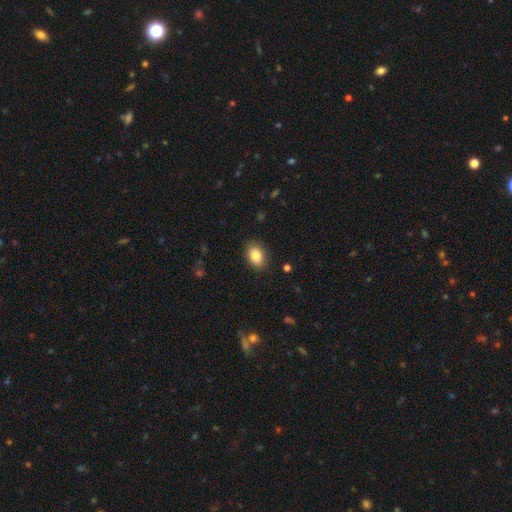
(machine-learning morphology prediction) Smooth or featured?
  - smooth: 86% *
  - star or artifact: 8%
  - featured or disk: 6%
How rounded?
  - in between: 78% *
  - round: 21%
  - cigar-shaped: 1%
Merging?
  - none: 86% *
  - minor disturbance: 10%
  - major disturbance: 3%
  - merger: 1%